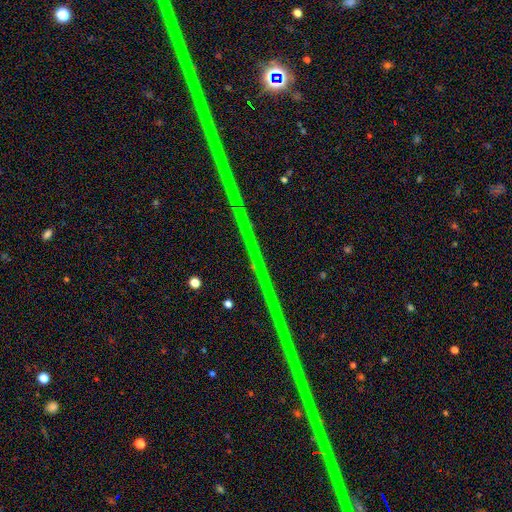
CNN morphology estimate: type=star or artifact (90%).